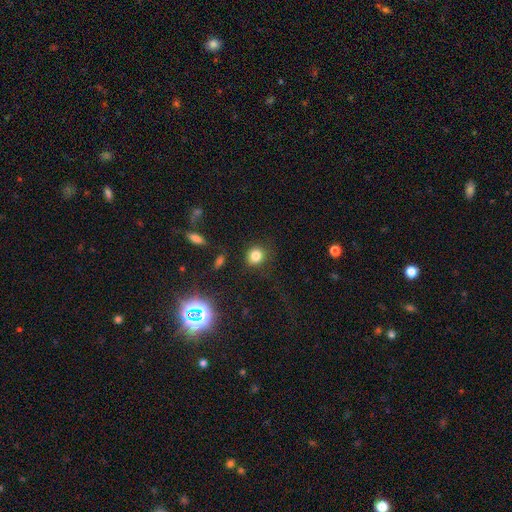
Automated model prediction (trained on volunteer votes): A smooth galaxy with no disk features (80%) that is round (78%).

Vote fractions:
- Smooth or featured? smooth: 80% / star or artifact: 13% / featured or disk: 6%
- How rounded? round: 78% / in between: 20% / cigar-shaped: 1%
- Merging? none: 83% / minor disturbance: 11% / major disturbance: 4% / merger: 2%